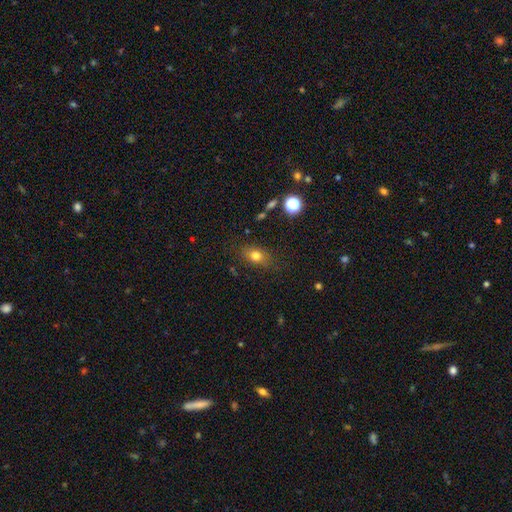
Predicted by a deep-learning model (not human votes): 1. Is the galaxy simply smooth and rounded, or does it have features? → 77% smooth, 13% star or artifact, 11% featured or disk.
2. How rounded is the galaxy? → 69% in between, 28% round, 2% cigar-shaped.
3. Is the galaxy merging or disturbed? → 79% none, 15% minor disturbance, 4% major disturbance, 2% merger.